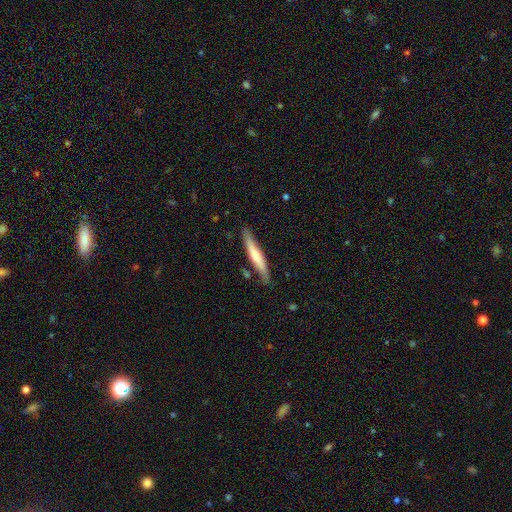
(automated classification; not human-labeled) The model was most divided on "smooth or featured": smooth: 60%, featured or disk: 35%, star or artifact: 5%. More confident: how rounded — cigar-shaped (93%); merging — none (80%).